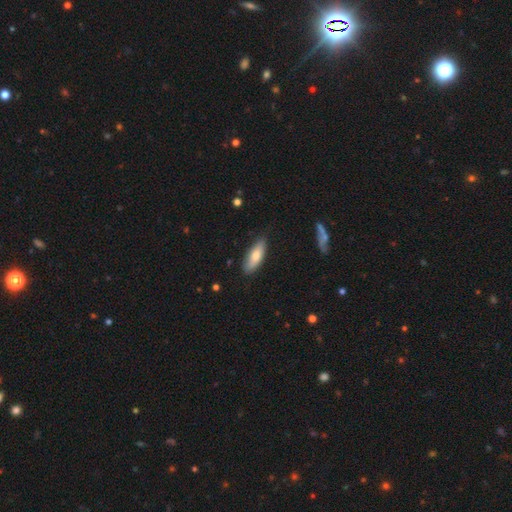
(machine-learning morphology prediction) A smooth galaxy with no disk features (73%) that is in between round and cigar-shaped (58%). Merging: none (82%).